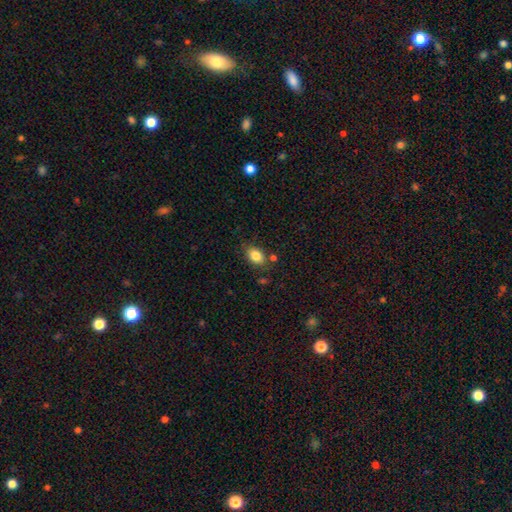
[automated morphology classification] This is clearly a smooth galaxy (84%). How rounded: likely in between (80%). Merging: likely none (78%).